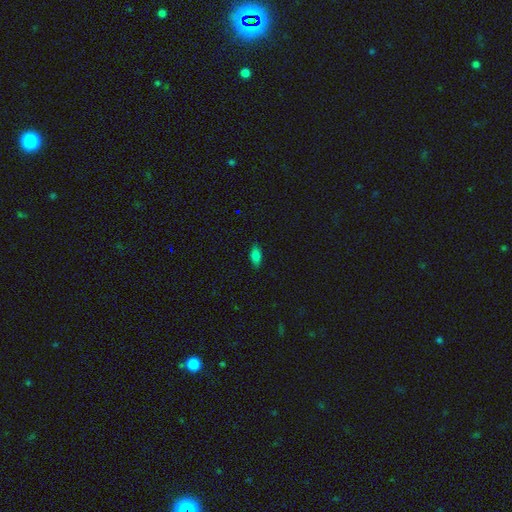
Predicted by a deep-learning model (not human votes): Smooth or featured: smooth — 77% (featured or disk — 13%)
How rounded: in between — 83% (cigar-shaped — 14%)
Merging: none — 86% (minor disturbance — 11%)